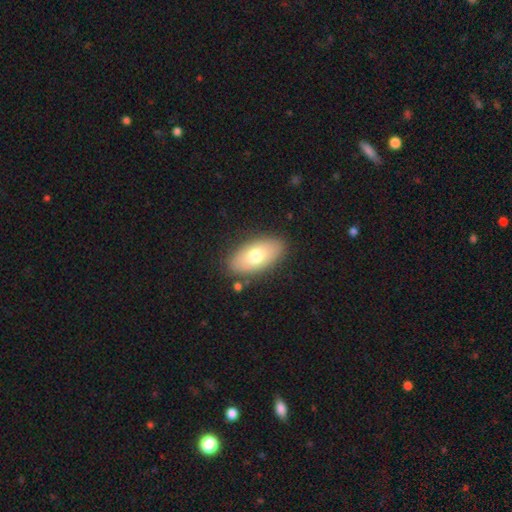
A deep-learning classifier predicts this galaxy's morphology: Overall: smooth (71%). How rounded: in between (92%). Merging: none (85%).